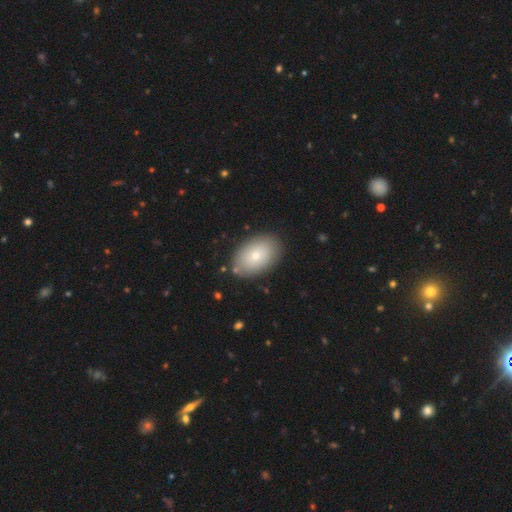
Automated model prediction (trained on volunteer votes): A smooth galaxy with no disk features (76%) that is in between round and cigar-shaped (88%).

Vote fractions:
- Smooth or featured? smooth: 76% / featured or disk: 17% / star or artifact: 7%
- How rounded? in between: 88% / round: 11% / cigar-shaped: 1%
- Merging? none: 85% / minor disturbance: 10% / major disturbance: 3% / merger: 2%